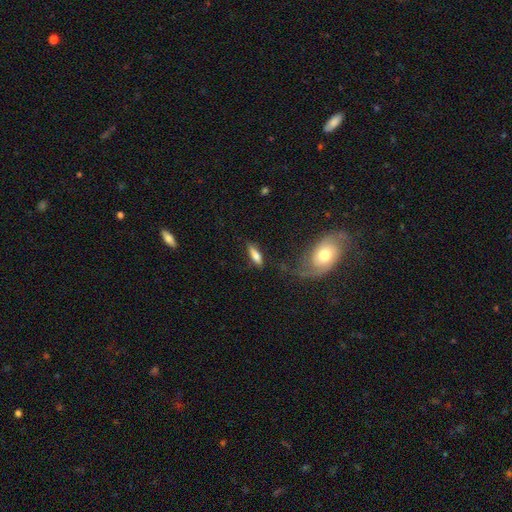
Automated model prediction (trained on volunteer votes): smooth_or_featured: smooth (p=0.73) [alt: featured or disk p=0.20]
how_rounded: cigar-shaped (p=0.49) [alt: in between p=0.48]
merging: none (p=0.72) [alt: minor disturbance p=0.17]